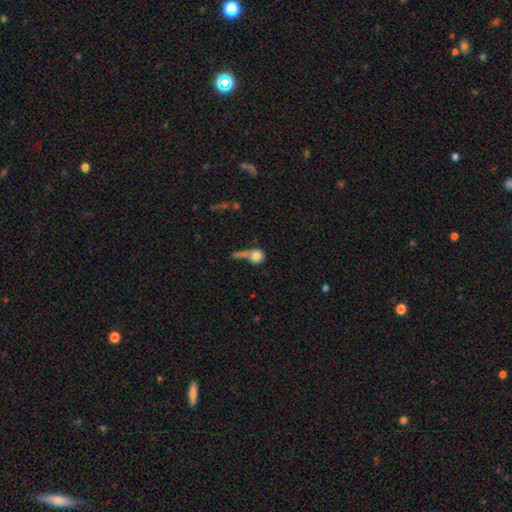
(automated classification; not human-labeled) Smooth or featured? smooth (77%)
How rounded? round (81%)
Merging? merger (36%)